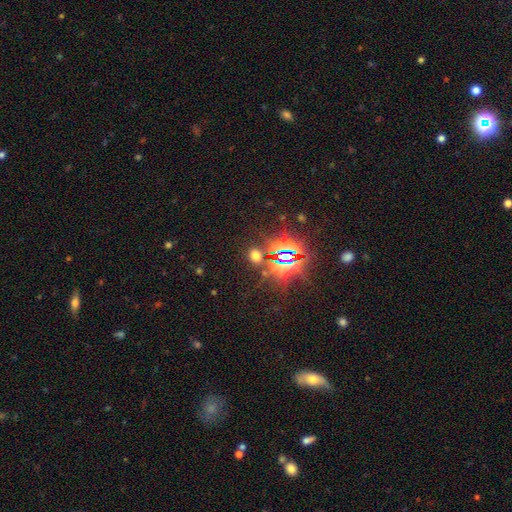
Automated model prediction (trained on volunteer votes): Smooth or featured? Predicted: star or artifact (p=0.52).